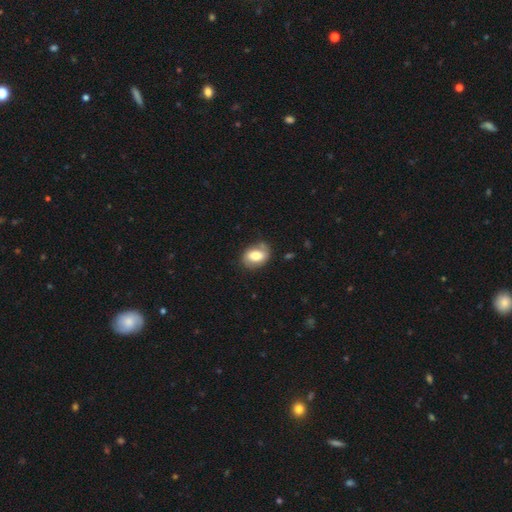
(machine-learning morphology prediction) Smooth or featured? smooth (62%)
How rounded? in between (73%)
Merging? none (69%)